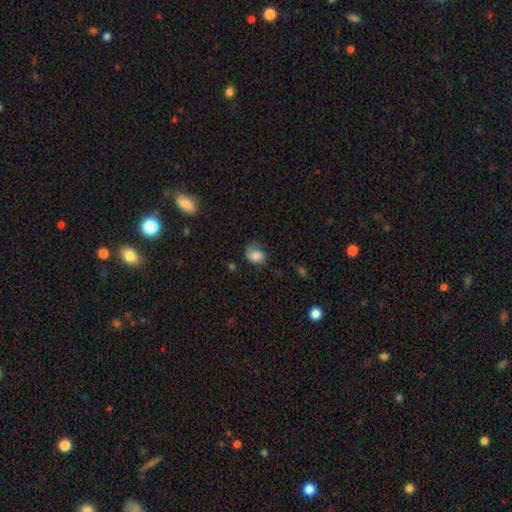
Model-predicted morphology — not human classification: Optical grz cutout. It shows a smooth galaxy with no disk features (72%) that is in between round and cigar-shaped (56%). Merging: none (50%).